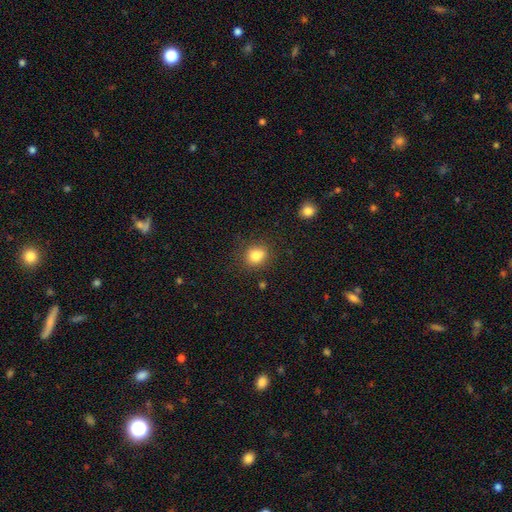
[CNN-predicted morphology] smooth 82%, star or artifact 11%, featured or disk 7%. Down the decision tree: how rounded — round (70%); merging — none (81%).